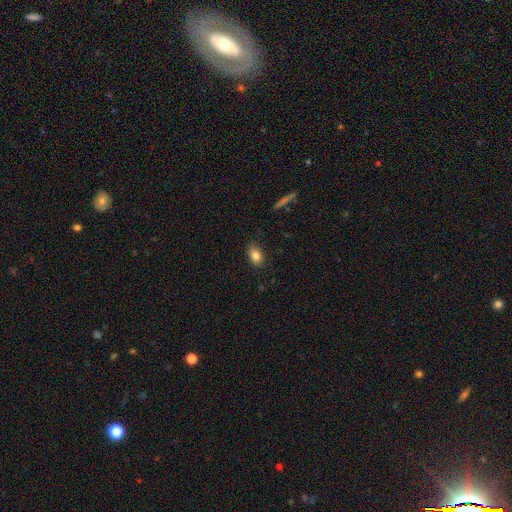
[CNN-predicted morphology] Smooth or featured?
  - smooth: 83% *
  - star or artifact: 9%
  - featured or disk: 8%
How rounded?
  - in between: 85% *
  - round: 13%
  - cigar-shaped: 2%
Merging?
  - none: 84% *
  - minor disturbance: 12%
  - major disturbance: 2%
  - merger: 1%